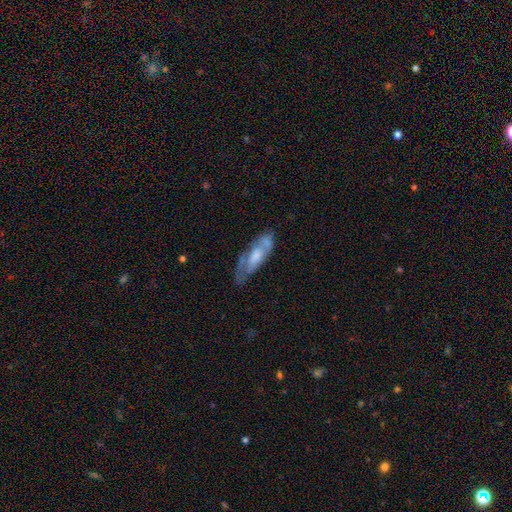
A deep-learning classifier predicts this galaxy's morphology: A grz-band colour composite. It shows a featured or disk galaxy (51%). Merging: none (47%).